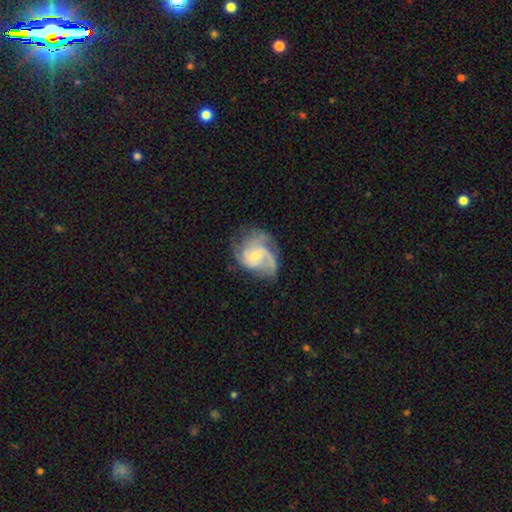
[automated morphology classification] This appears to be a featured or disk galaxy (84%) with no bar (47%), 2 (37%) medium (50%) spiral arms (95%) and a small central bulge (60%). Merging: none (54%).